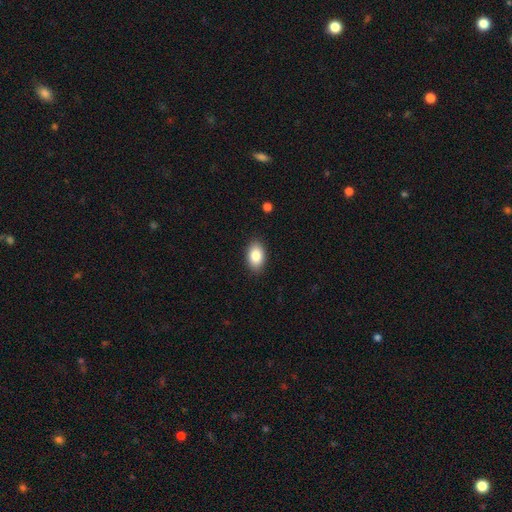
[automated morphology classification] Smooth or featured?
  - smooth: 86% *
  - star or artifact: 7%
  - featured or disk: 7%
How rounded?
  - in between: 91% *
  - round: 8%
  - cigar-shaped: 1%
Merging?
  - none: 88% *
  - minor disturbance: 9%
  - major disturbance: 2%
  - merger: 1%